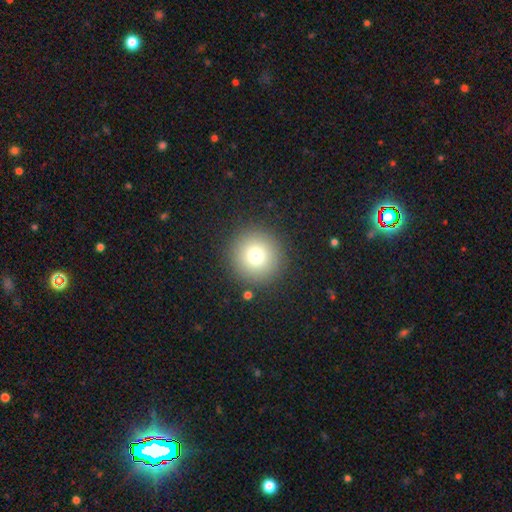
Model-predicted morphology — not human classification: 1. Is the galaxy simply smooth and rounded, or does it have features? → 76% smooth, 14% star or artifact, 10% featured or disk.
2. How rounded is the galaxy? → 96% round, 3% in between, 1% cigar-shaped.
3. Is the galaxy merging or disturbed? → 89% none, 6% minor disturbance, 3% major disturbance, 2% merger.